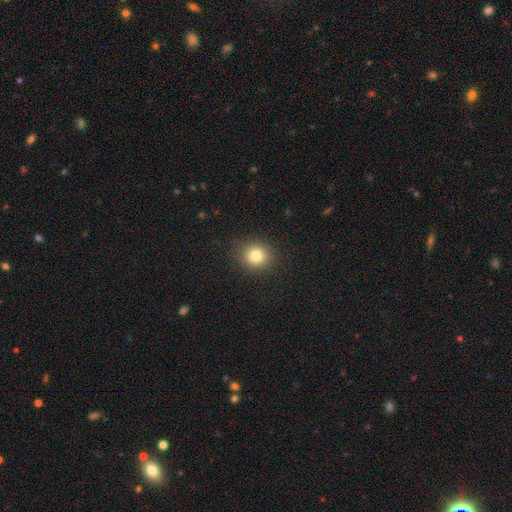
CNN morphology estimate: A smooth galaxy with no disk features (80%) that is round (84%). Merging: none (90%).